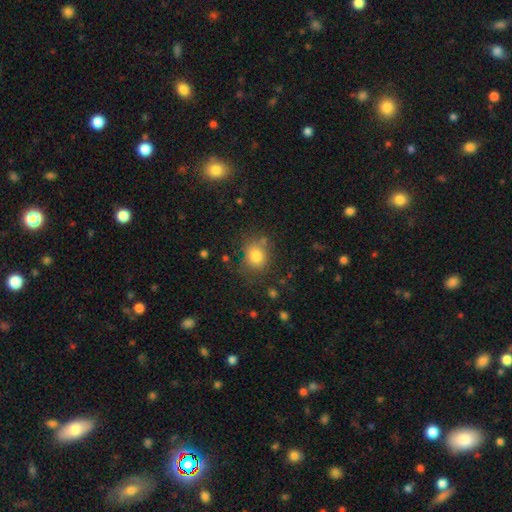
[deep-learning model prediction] This appears to be a smooth galaxy with no disk features (80%) that is round (75%). Merging: none (72%).